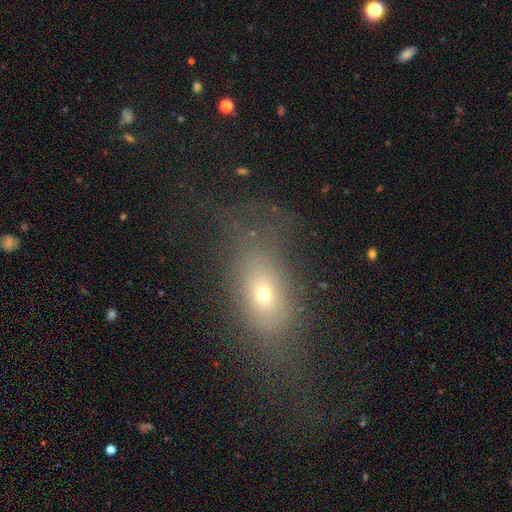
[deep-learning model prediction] Smooth or featured?
  - smooth: 53% *
  - featured or disk: 27%
  - star or artifact: 19%
How rounded?
  - in between: 69% *
  - round: 18%
  - cigar-shaped: 13%
Merging?
  - none: 50% *
  - major disturbance: 27%
  - minor disturbance: 20%
  - merger: 3%